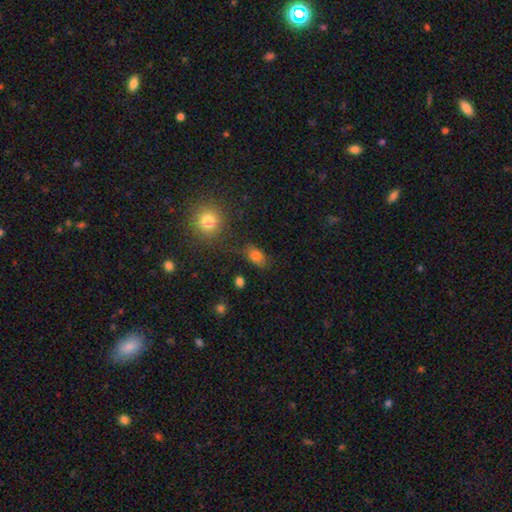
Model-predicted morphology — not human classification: smooth 79%, star or artifact 13%, featured or disk 8%. Down the decision tree: how rounded — in between (83%); merging — none (66%).